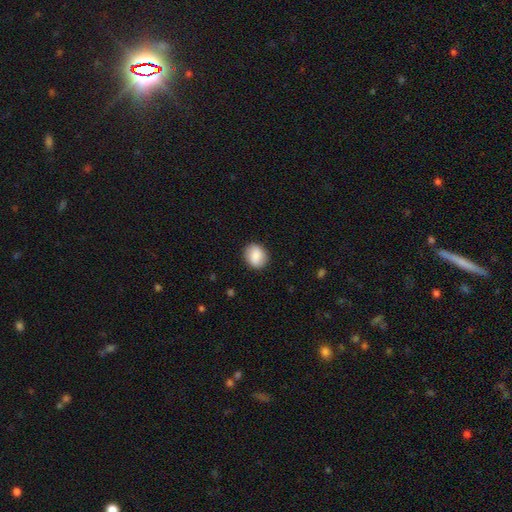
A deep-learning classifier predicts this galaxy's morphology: Q: Smooth or featured?
A: smooth (84%); runner-up: featured or disk (9%)
Q: How rounded?
A: round (65%); runner-up: in between (34%)
Q: Merging?
A: none (87%); runner-up: minor disturbance (9%)